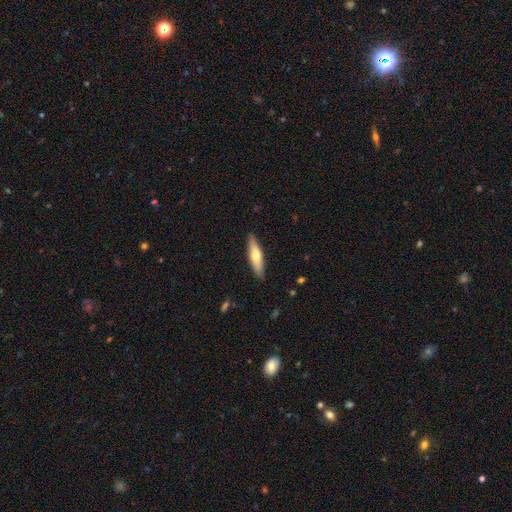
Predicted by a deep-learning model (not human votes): A smooth galaxy with no disk features (55%) that is cigar-shaped (72%).

Vote fractions:
- Smooth or featured? smooth: 55% / featured or disk: 40% / star or artifact: 5%
- How rounded? cigar-shaped: 72% / in between: 26% / round: 2%
- Merging? none: 89% / minor disturbance: 8% / major disturbance: 2% / merger: 1%